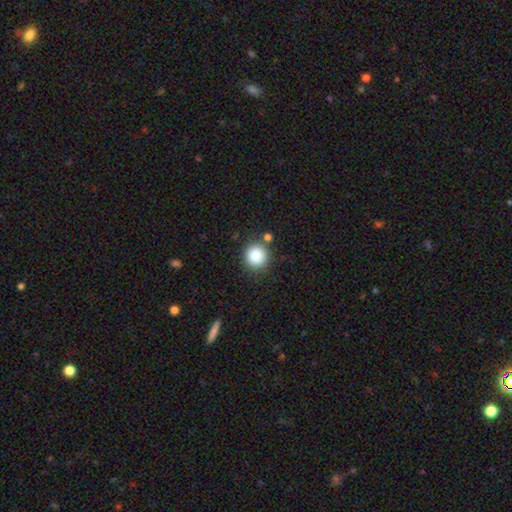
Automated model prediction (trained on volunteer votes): Q: Smooth or featured?
A: smooth (85%); runner-up: star or artifact (10%)
Q: How rounded?
A: round (91%); runner-up: in between (8%)
Q: Merging?
A: none (84%); runner-up: minor disturbance (8%)